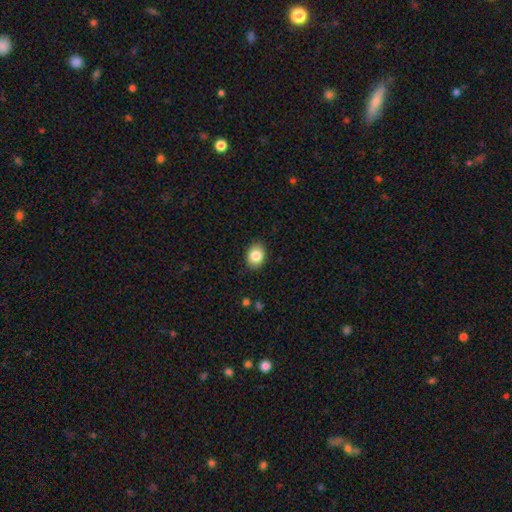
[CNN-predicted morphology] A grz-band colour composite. It shows a smooth galaxy with no disk features (84%) that is in between round and cigar-shaped (60%). Merging: none (88%).